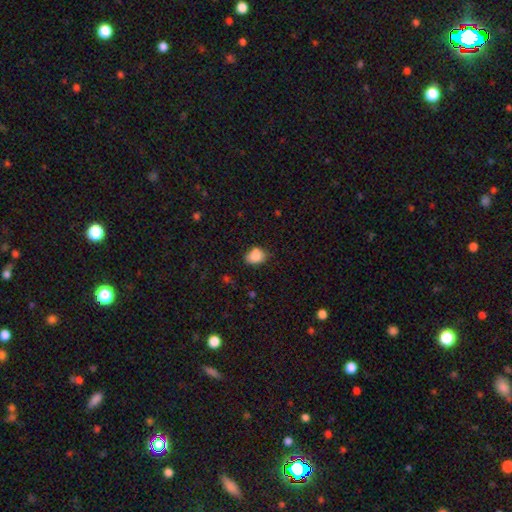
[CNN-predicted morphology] This is clearly a smooth galaxy (86%). How rounded: likely in between (65%). Merging: likely none (63%).